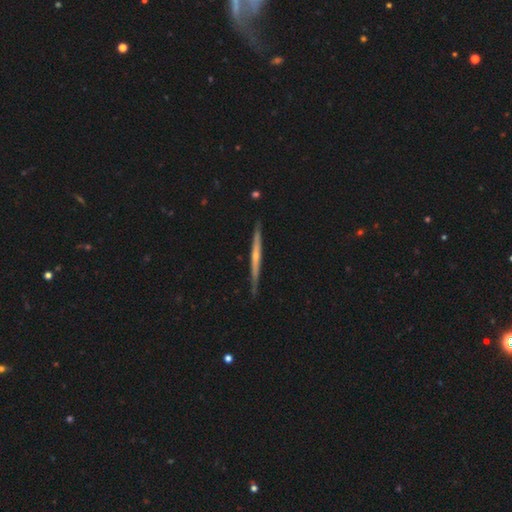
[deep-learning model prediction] Smooth or featured? Predicted: featured or disk (p=0.66). Edge-on disk? Predicted: yes (p=0.97). Edge-on bulge? Predicted: none (p=0.50). Merging? Predicted: none (p=0.86).